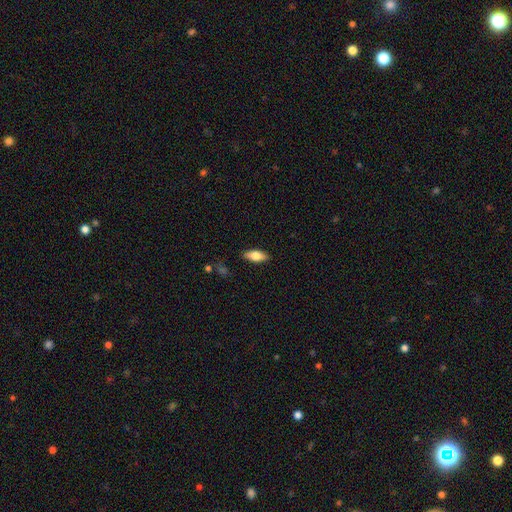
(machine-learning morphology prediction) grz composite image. It shows a smooth galaxy with no disk features (74%) that is in between round and cigar-shaped (82%). Merging: none (86%).